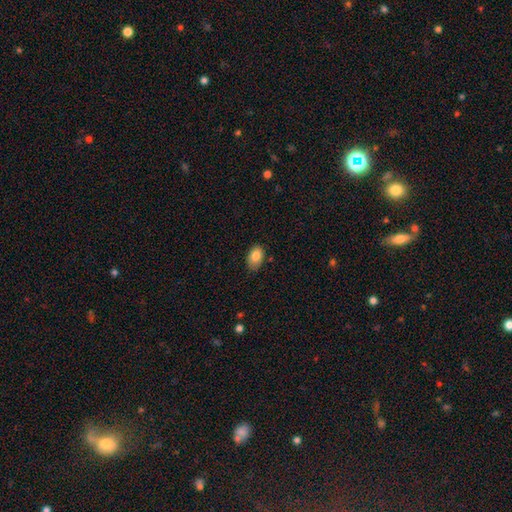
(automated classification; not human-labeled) smooth 85%, star or artifact 8%, featured or disk 7%. Down the decision tree: how rounded — in between (88%); merging — none (74%).